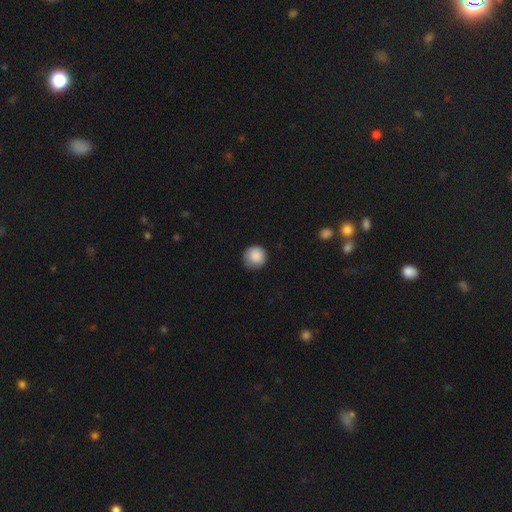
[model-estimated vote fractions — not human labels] Smooth or featured? Predicted: smooth (p=0.88). How rounded? Predicted: round (p=0.94). Merging? Predicted: none (p=0.83).